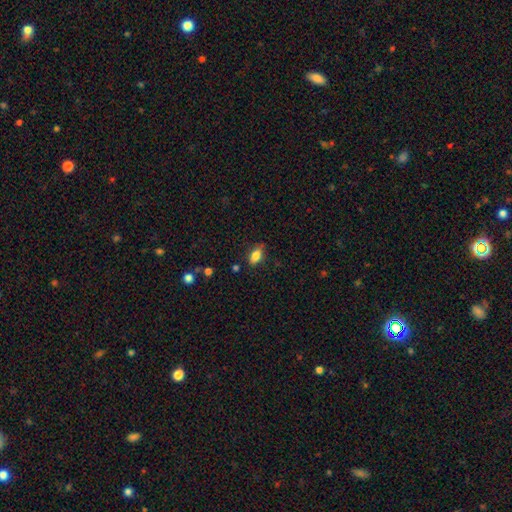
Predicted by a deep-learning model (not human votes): This is clearly a smooth galaxy (82%). How rounded: clearly in between (87%). Merging: likely none (77%).